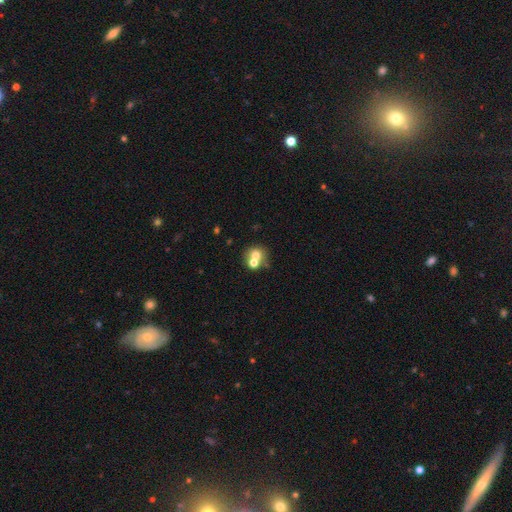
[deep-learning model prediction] This is likely a smooth galaxy (66%). How rounded: clearly round (81%). Merging: possibly merger (50%).